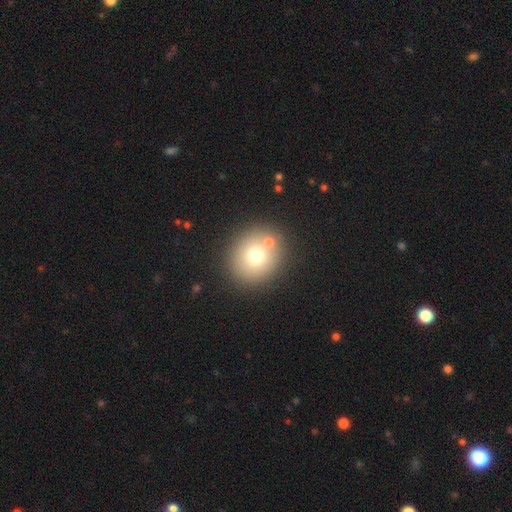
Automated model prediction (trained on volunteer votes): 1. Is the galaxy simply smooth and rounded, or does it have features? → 71% smooth, 15% featured or disk, 14% star or artifact.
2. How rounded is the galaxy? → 80% round, 19% in between, 1% cigar-shaped.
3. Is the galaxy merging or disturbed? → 74% none, 14% merger, 9% minor disturbance, 3% major disturbance.